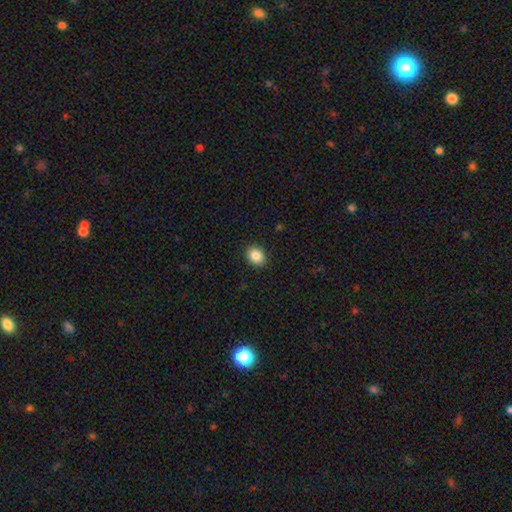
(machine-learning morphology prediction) This appears to be a smooth galaxy with no disk features (86%) that is round (58%). Merging: none (91%).